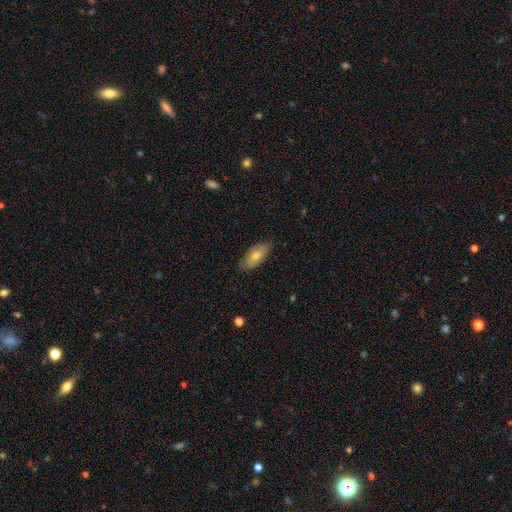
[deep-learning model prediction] Smooth or featured? smooth (62%)
How rounded? in between (81%)
Merging? none (84%)